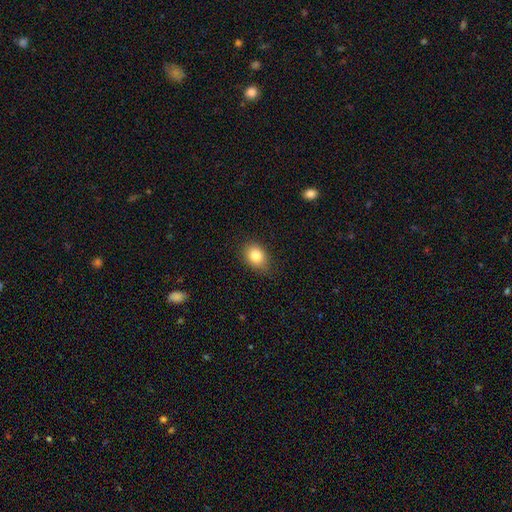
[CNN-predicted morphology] A smooth galaxy with no disk features (83%) that is in between round and cigar-shaped (64%).

Vote fractions:
- Smooth or featured? smooth: 83% / star or artifact: 9% / featured or disk: 8%
- How rounded? in between: 64% / round: 35% / cigar-shaped: 1%
- Merging? none: 80% / minor disturbance: 15% / major disturbance: 3% / merger: 1%